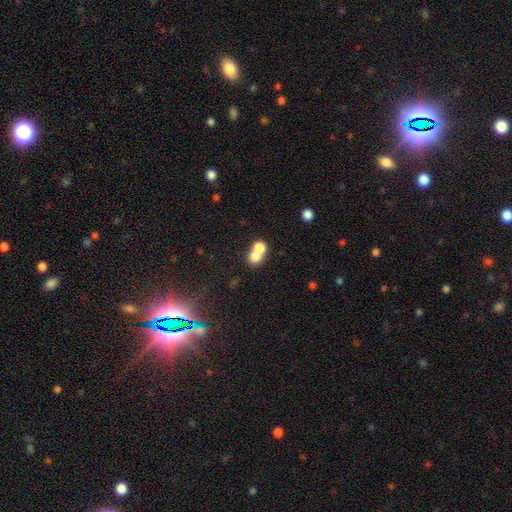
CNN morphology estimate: type=smooth (72%); roundness=round (64%); merging=merger (68%).